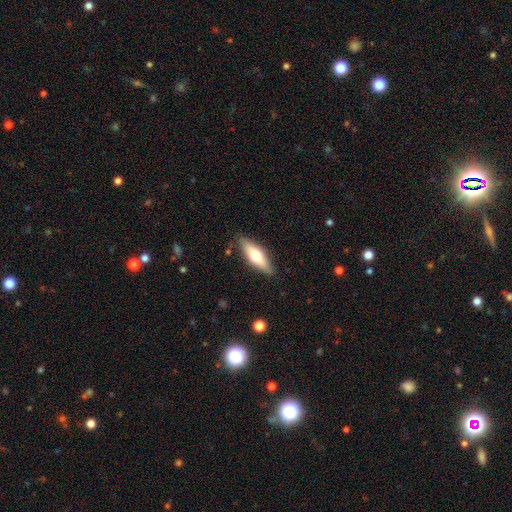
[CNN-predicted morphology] type=smooth (59%); roundness=in between (54%); merging=none (85%).